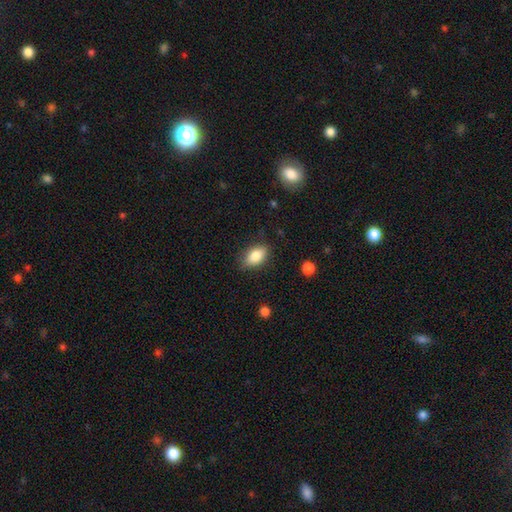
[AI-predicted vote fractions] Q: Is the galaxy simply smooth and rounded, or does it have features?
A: smooth — 85%.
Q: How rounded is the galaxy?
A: in between — 89%.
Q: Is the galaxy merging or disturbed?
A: none — 82%.